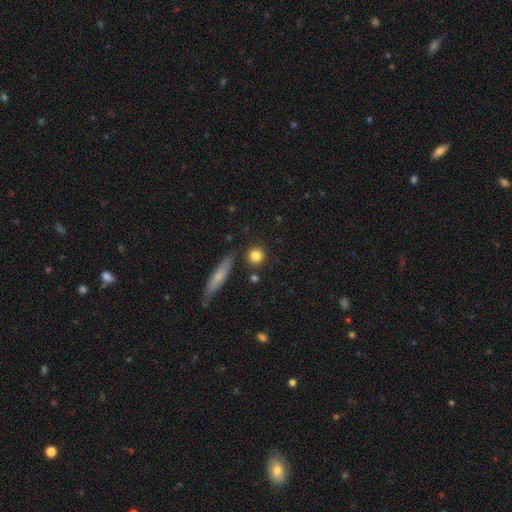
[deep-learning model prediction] smooth_or_featured: smooth (p=0.82) [alt: featured or disk p=0.10]
how_rounded: round (p=0.85) [alt: in between p=0.10]
merging: none (p=0.83) [alt: minor disturbance p=0.09]